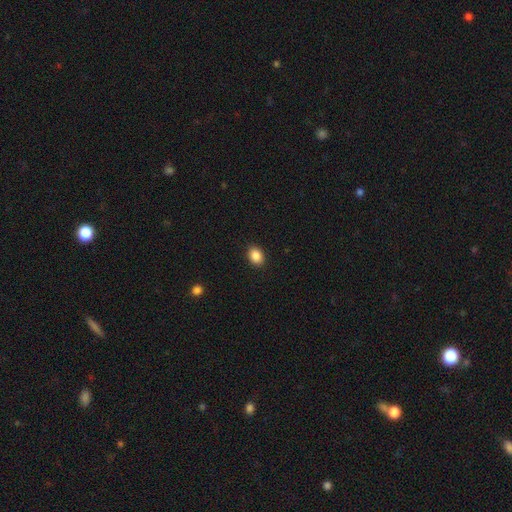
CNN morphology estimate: A smooth galaxy with no disk features (88%) that is in between round and cigar-shaped (68%). Merging: none (90%).